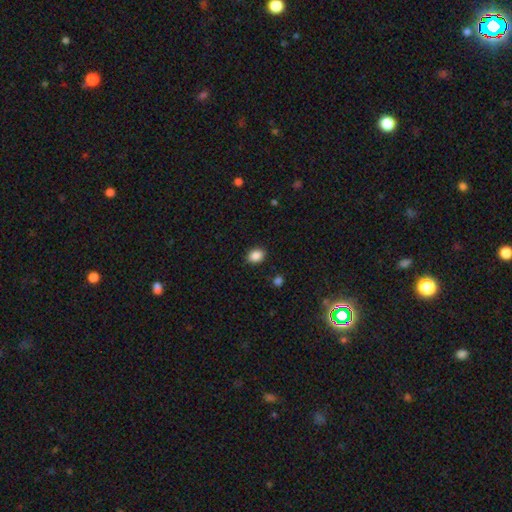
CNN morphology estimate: This appears to be a smooth galaxy with no disk features (88%) that is in between round and cigar-shaped (66%). Merging: none (89%).